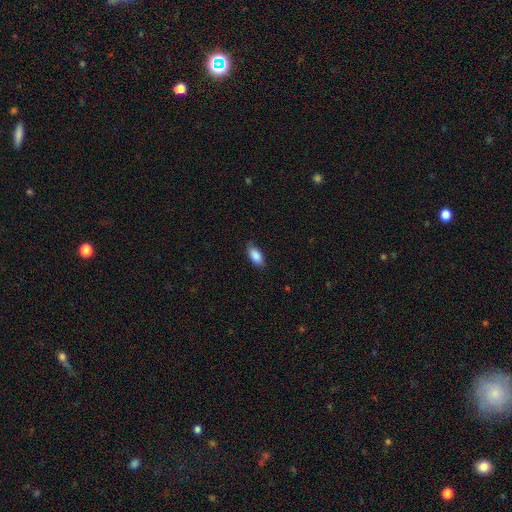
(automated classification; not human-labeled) Smooth or featured: smooth — 88% (star or artifact — 7%)
How rounded: in between — 91% (cigar-shaped — 7%)
Merging: none — 80% (minor disturbance — 16%)